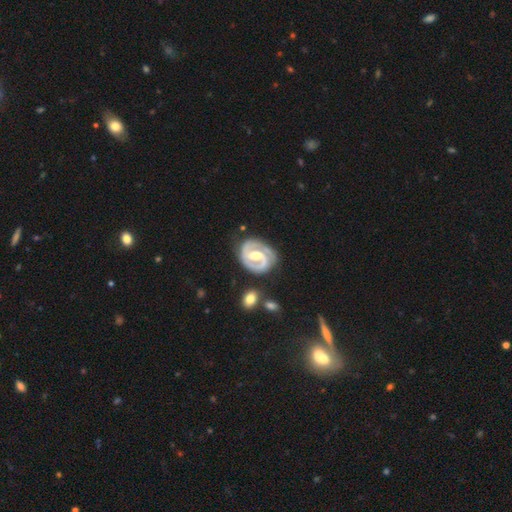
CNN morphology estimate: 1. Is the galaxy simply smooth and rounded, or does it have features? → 89% featured or disk, 7% smooth, 4% star or artifact.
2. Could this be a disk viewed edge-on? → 98% no, 2% yes.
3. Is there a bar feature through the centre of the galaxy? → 45% weak, 35% strong, 20% no.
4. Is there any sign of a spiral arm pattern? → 96% yes, 4% no.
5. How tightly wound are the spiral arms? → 55% tight, 38% medium, 7% loose.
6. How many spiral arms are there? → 86% 2, 6% 1, 4% can't tell, 2% 3, 1% 4, 1% more than 4.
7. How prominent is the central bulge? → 67% moderate, 16% large, 13% small, 2% none, 1% dominant.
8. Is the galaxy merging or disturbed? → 74% none, 16% minor disturbance, 6% major disturbance, 3% merger.